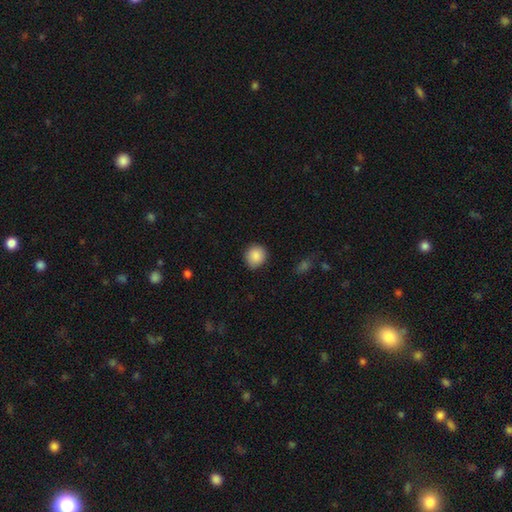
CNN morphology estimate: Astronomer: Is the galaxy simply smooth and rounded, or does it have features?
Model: smooth — 88%.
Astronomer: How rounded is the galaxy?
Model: round — 84%.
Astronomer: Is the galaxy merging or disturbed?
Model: none — 88%.